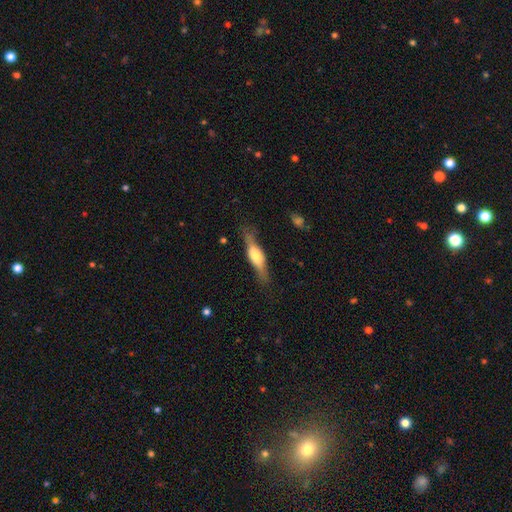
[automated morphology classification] type=featured or disk (57%); edge-on=yes (92%); edge-on bulge=rounded (83%); merging=none (77%).